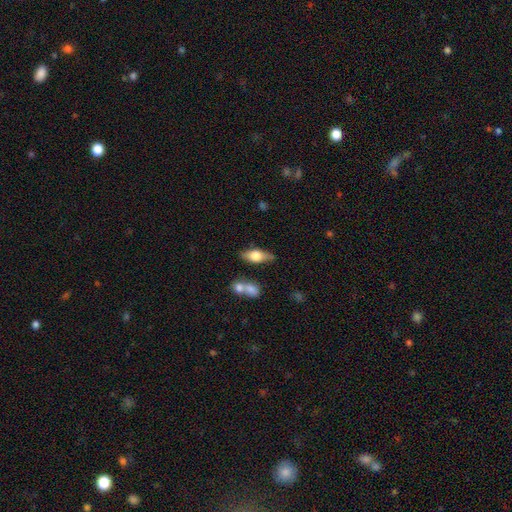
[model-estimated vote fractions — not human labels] Morphology: type=smooth (58%); roundness=in between (72%); merging=none (72%).